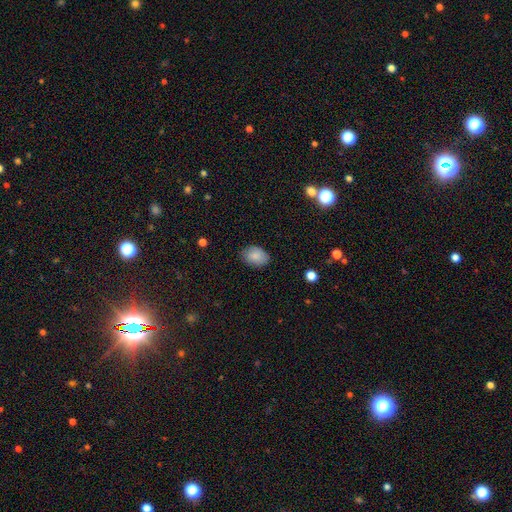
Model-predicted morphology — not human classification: The model was most divided on "how rounded": in between: 77%, round: 22%, cigar-shaped: 1%. More confident: smooth or featured — smooth (86%); merging — none (83%).